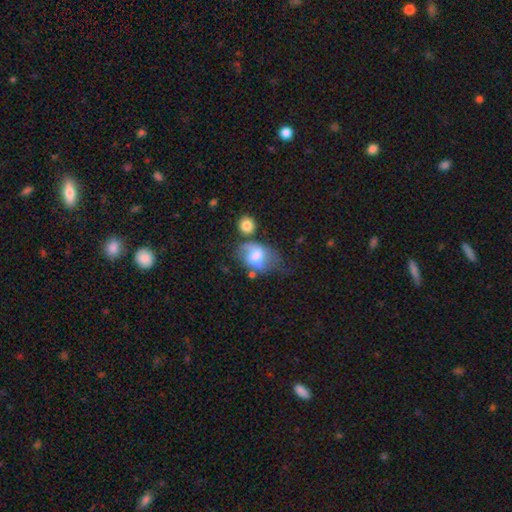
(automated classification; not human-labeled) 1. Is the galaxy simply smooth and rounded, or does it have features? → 50% smooth, 41% featured or disk, 9% star or artifact.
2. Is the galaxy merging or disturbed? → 31% major disturbance, 24% none, 23% minor disturbance, 22% merger.